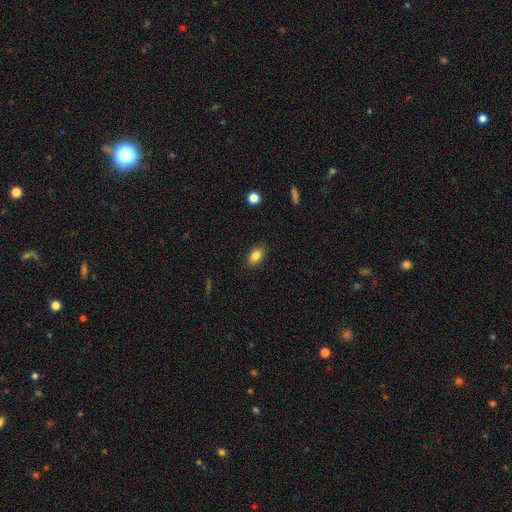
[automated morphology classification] smooth_or_featured: smooth (p=0.84) [alt: star or artifact p=0.09]
how_rounded: in between (p=0.85) [alt: round p=0.12]
merging: none (p=0.87) [alt: minor disturbance p=0.10]